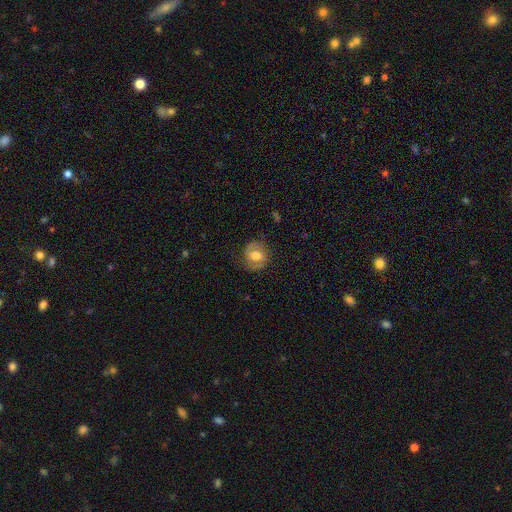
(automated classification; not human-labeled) A featured or disk galaxy (51%). Merging: none (75%).